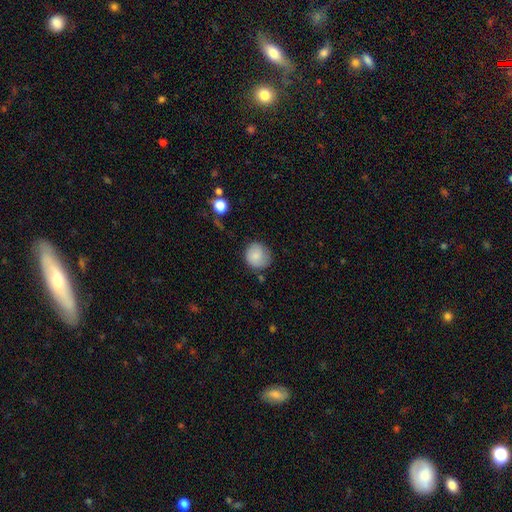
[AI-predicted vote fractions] A smooth galaxy with no disk features (83%) that is round (88%). Merging: none (73%).